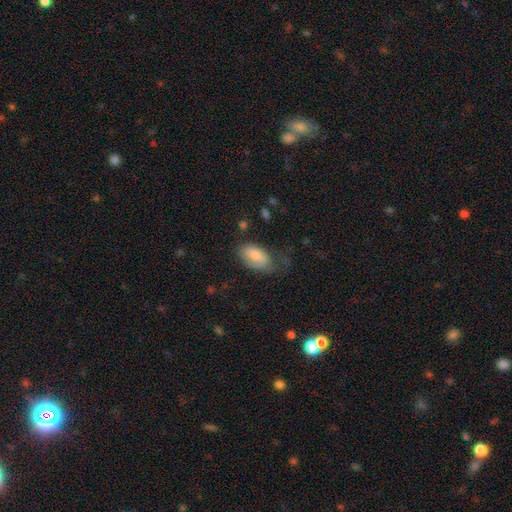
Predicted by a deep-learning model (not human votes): smooth_or_featured: smooth (p=0.78) [alt: featured or disk p=0.15]
how_rounded: in between (p=0.93) [alt: round p=0.04]
merging: none (p=0.38) [alt: minor disturbance p=0.32]